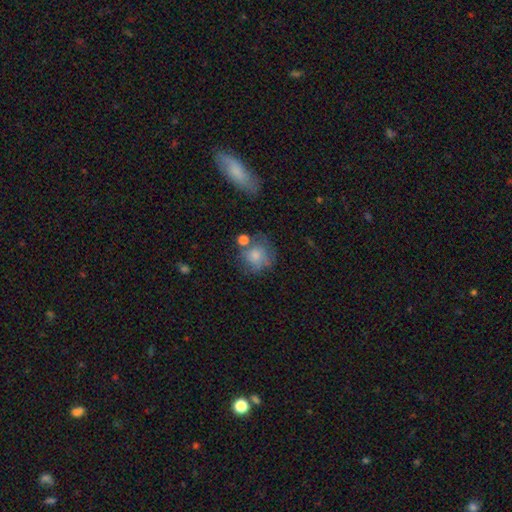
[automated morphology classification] A smooth galaxy with no disk features (73%) that is round (81%). Merging: none (49%).